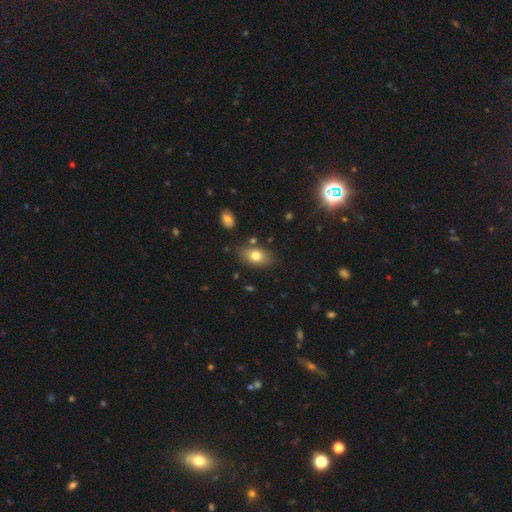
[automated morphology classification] A smooth galaxy with no disk features (78%) that is in between round and cigar-shaped (85%).

Vote fractions:
- Smooth or featured? smooth: 78% / featured or disk: 13% / star or artifact: 9%
- How rounded? in between: 85% / round: 13% / cigar-shaped: 2%
- Merging? none: 80% / minor disturbance: 13% / merger: 4% / major disturbance: 3%